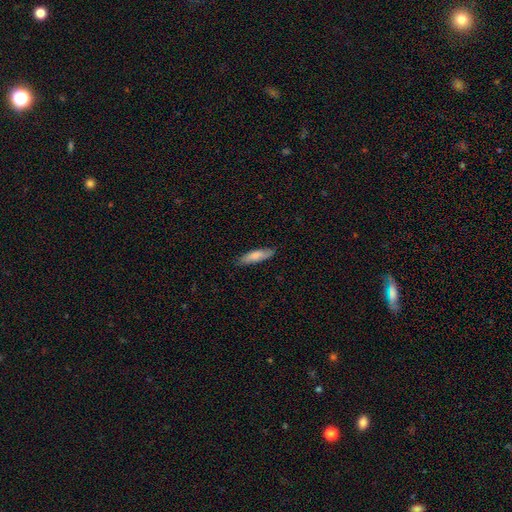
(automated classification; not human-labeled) The model was most divided on "how rounded": cigar-shaped: 66%, in between: 32%, round: 1%. More confident: merging — none (84%); smooth or featured — smooth (79%).